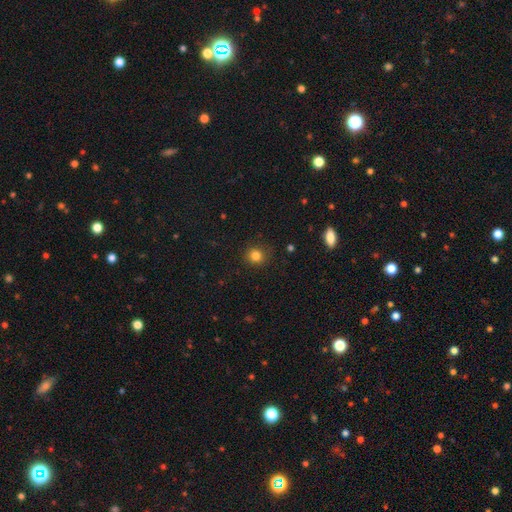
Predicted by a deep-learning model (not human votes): Overall: smooth (82%). How rounded: round (88%). Merging: none (87%).